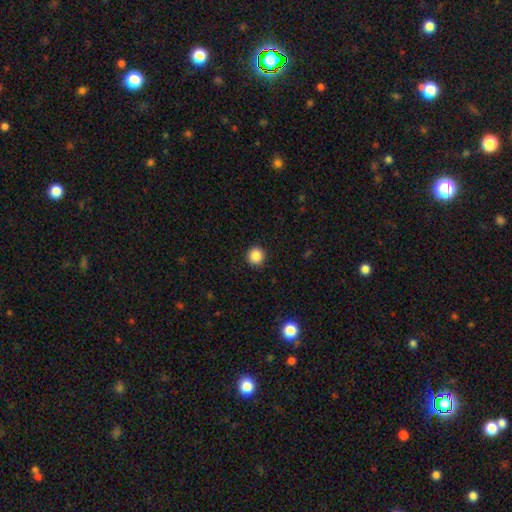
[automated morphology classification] A smooth galaxy with no disk features (87%) that is round (93%).

Vote fractions:
- Smooth or featured? smooth: 87% / star or artifact: 10% / featured or disk: 3%
- How rounded? round: 93% / in between: 6% / cigar-shaped: 1%
- Merging? none: 92% / minor disturbance: 5% / major disturbance: 2% / merger: 1%